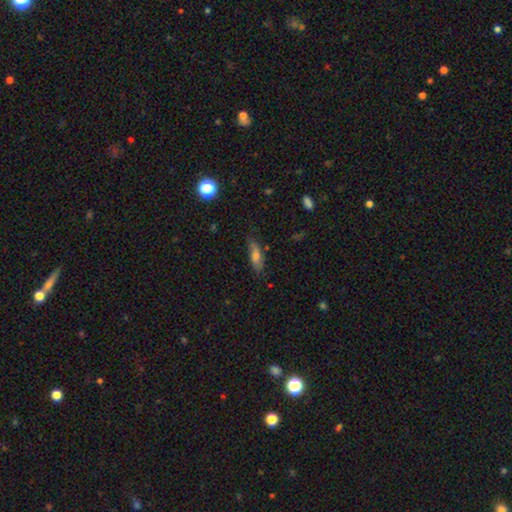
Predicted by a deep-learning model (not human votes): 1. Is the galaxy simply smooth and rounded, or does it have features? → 65% smooth, 25% featured or disk, 10% star or artifact.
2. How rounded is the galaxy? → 55% in between, 42% cigar-shaped, 3% round.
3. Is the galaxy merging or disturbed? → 71% none, 22% minor disturbance, 5% major disturbance, 2% merger.